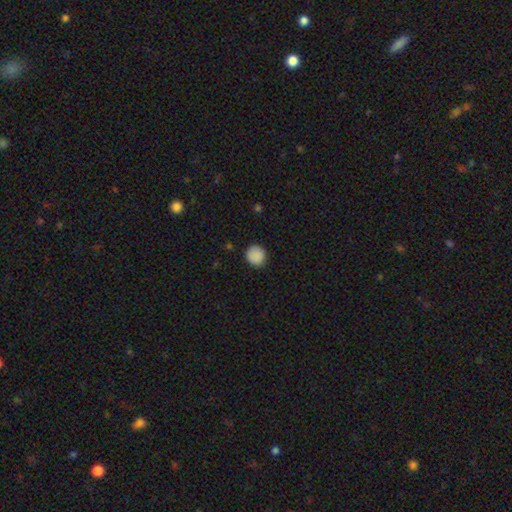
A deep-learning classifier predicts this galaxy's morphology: smooth_or_featured: smooth (p=0.89) [alt: star or artifact p=0.09]
how_rounded: round (p=0.92) [alt: in between p=0.07]
merging: none (p=0.90) [alt: minor disturbance p=0.07]